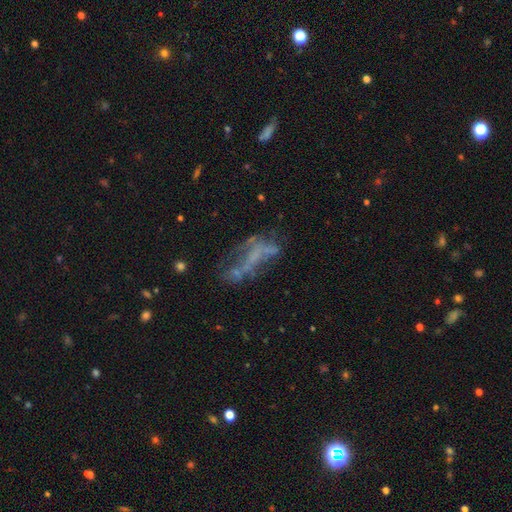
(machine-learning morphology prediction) featured or disk 55%, smooth 24%, star or artifact 21%. Down the decision tree: edge-on disk — no (90%); merging — none (36%).